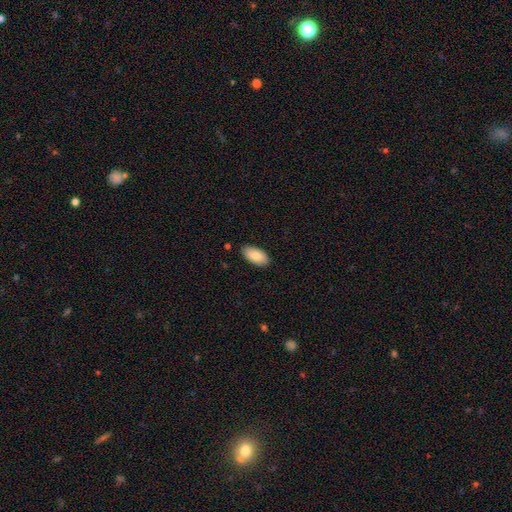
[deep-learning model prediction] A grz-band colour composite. It shows a smooth galaxy with no disk features (82%) that is in between round and cigar-shaped (95%). Merging: none (86%).